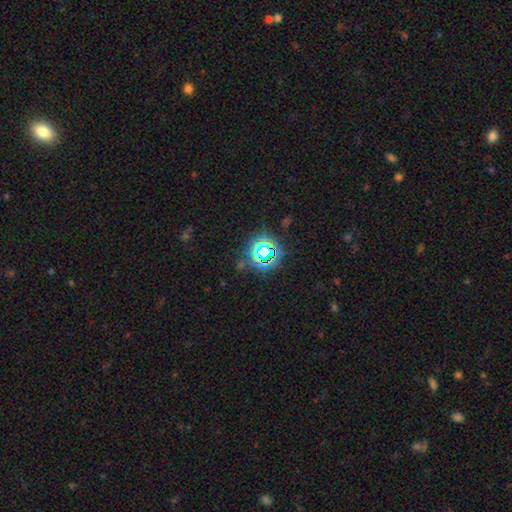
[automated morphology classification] smooth_or_featured: star or artifact (p=0.69) [alt: smooth p=0.23]